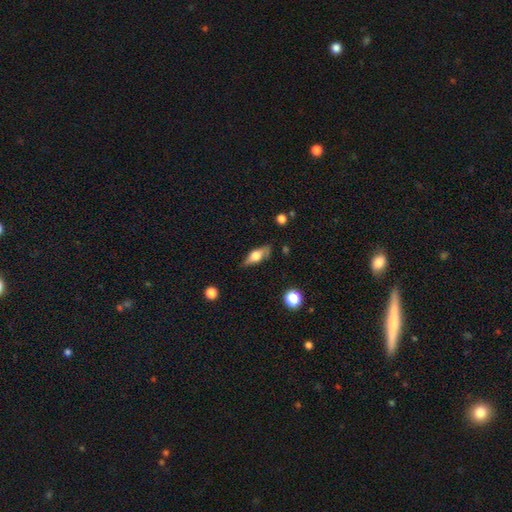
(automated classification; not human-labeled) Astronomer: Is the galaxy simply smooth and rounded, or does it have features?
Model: smooth — 49% (runner-up: featured or disk, 44%).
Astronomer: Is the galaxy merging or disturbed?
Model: none — 79%.